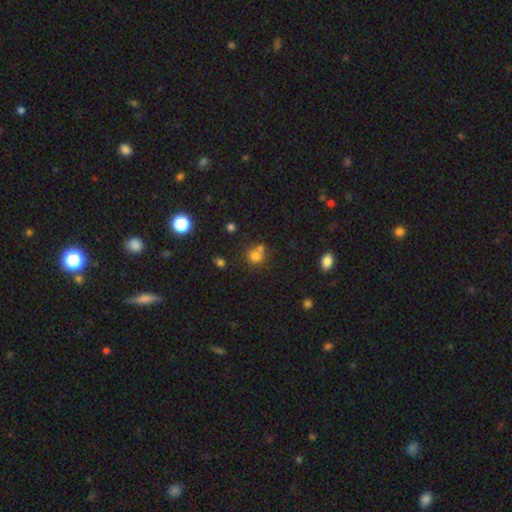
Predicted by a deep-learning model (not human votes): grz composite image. It shows a smooth galaxy with no disk features (73%) that is round (82%). Merging: none (49%).